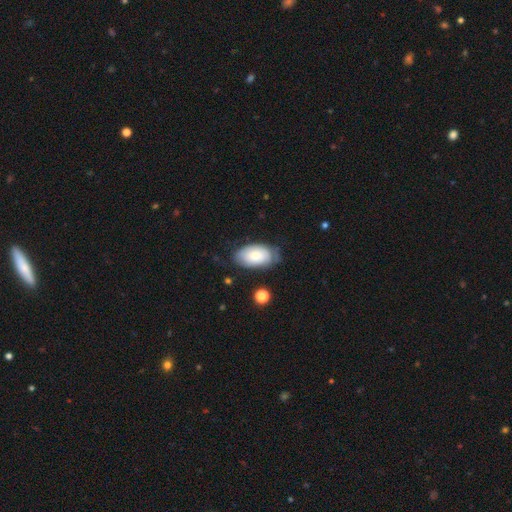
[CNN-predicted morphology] Smooth or featured? Predicted: smooth (p=0.67). How rounded? Predicted: in between (p=0.94). Merging? Predicted: none (p=0.65).